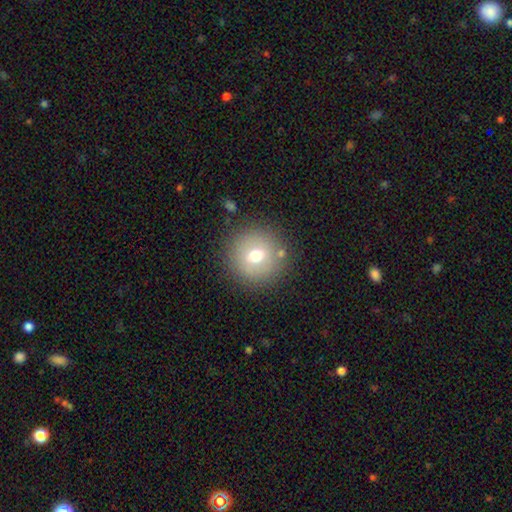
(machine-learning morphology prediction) type=smooth (68%); roundness=round (94%); merging=none (85%).